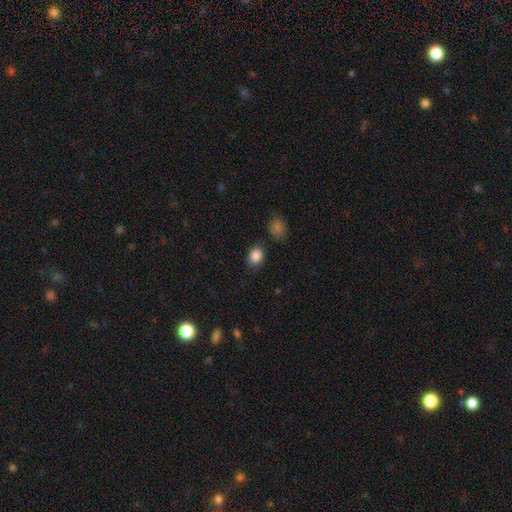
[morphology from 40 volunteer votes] Q: Smooth or featured?
A: smooth (88%); runner-up: star or artifact (8%)
Q: How rounded?
A: round (57%); runner-up: in between (43%)
Q: Merging?
A: none (78%); runner-up: minor disturbance (11%)